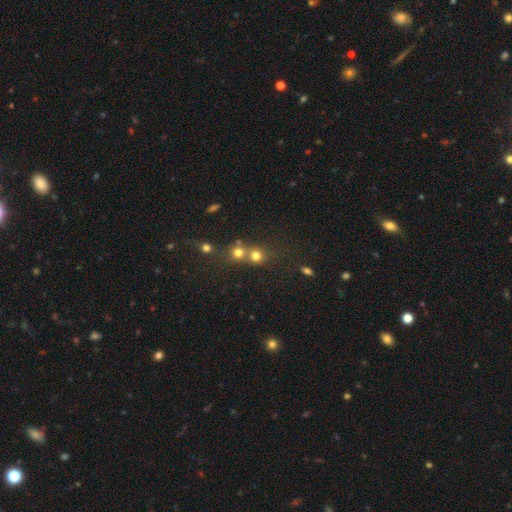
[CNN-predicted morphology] Smooth or featured: smooth — 73% (star or artifact — 17%)
How rounded: round — 85% (in between — 13%)
Merging: merger — 46% (none — 44%)